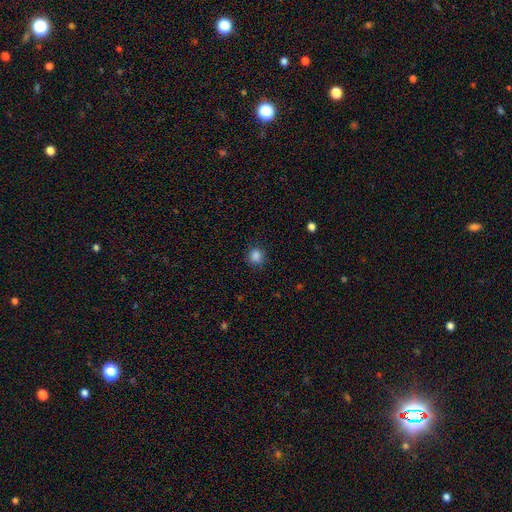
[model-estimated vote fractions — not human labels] smooth-or-featured: smooth: 85% | star or artifact: 11% | featured or disk: 3%
  how-rounded: round: 84% | in between: 15% | cigar-shaped: 1%
  merging: none: 86% | minor disturbance: 10% | major disturbance: 3% | merger: 1%